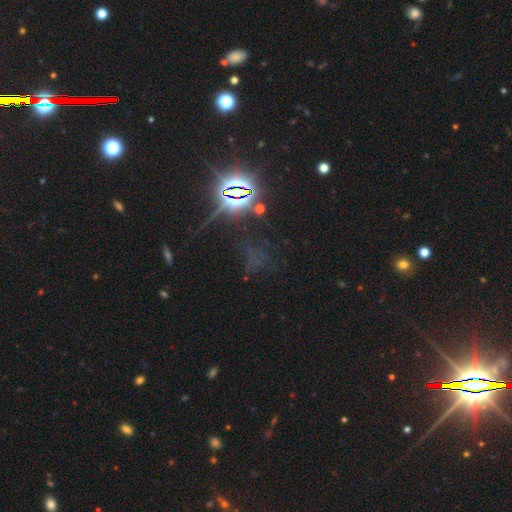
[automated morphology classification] type=star or artifact (82%).